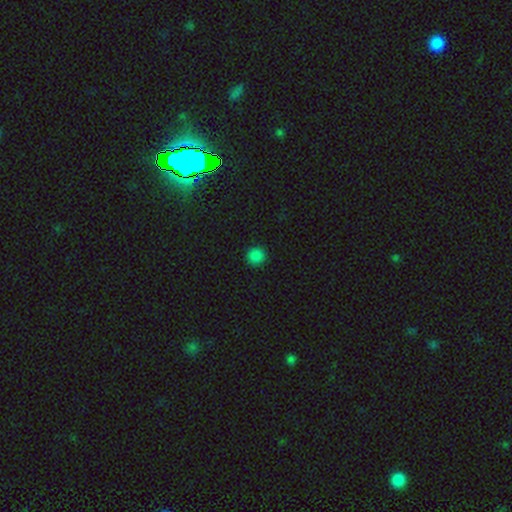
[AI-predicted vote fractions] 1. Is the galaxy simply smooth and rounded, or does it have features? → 86% smooth, 12% star or artifact, 2% featured or disk.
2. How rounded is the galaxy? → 95% round, 4% in between, 1% cigar-shaped.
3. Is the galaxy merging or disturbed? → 93% none, 5% minor disturbance, 2% major disturbance, 1% merger.